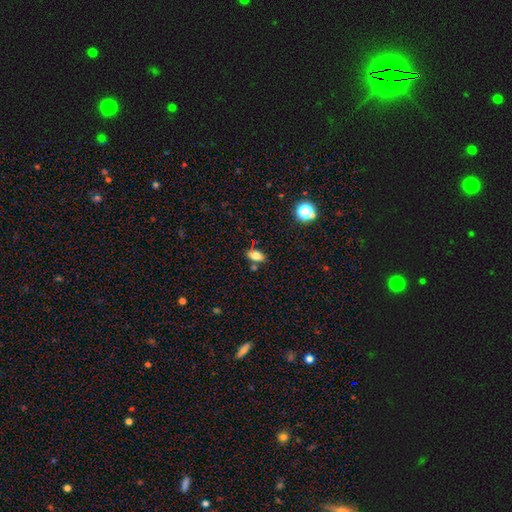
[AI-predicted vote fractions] This is likely a smooth galaxy (78%). How rounded: clearly in between (87%). Merging: likely none (75%).